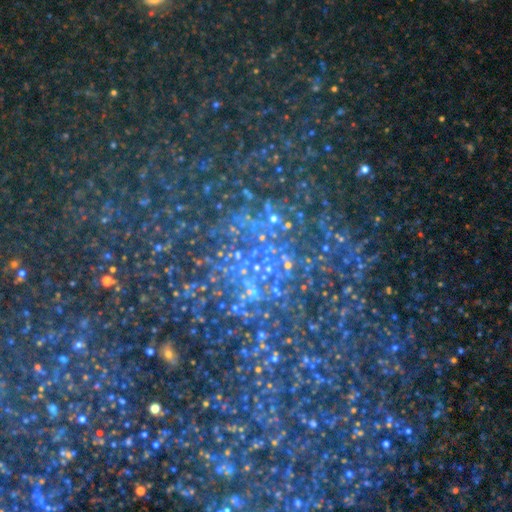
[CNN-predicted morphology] star or artifact 81%, smooth 11%, featured or disk 7%.